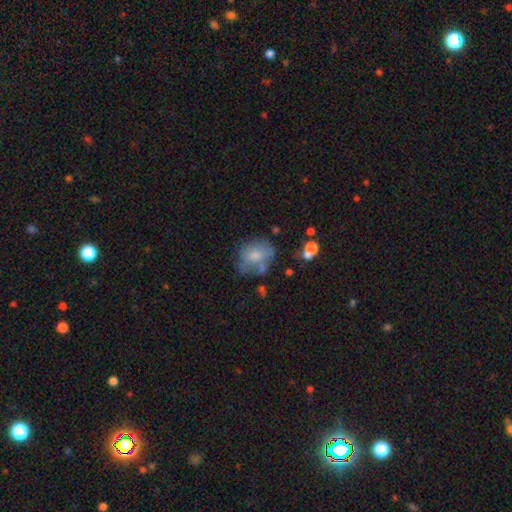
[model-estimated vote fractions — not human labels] This is likely a smooth galaxy (66%). How rounded: possibly in between (49%, tied with round). Merging: possibly none (48%).